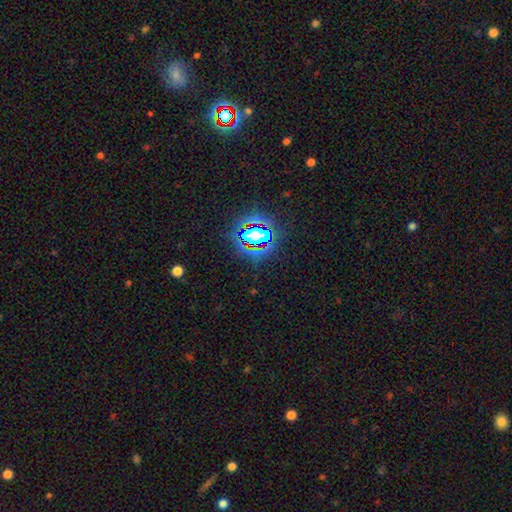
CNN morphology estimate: star or artifact 79%, smooth 13%, featured or disk 8%.